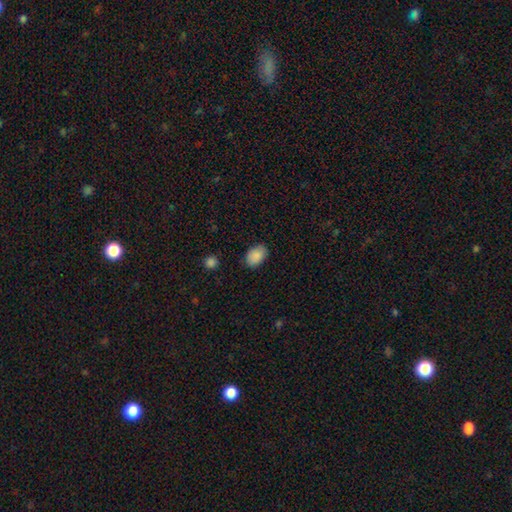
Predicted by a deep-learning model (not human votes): Smooth or featured?
  - smooth: 89% *
  - star or artifact: 7%
  - featured or disk: 4%
How rounded?
  - in between: 83% *
  - round: 16%
  - cigar-shaped: 1%
Merging?
  - none: 82% *
  - minor disturbance: 14%
  - major disturbance: 3%
  - merger: 1%